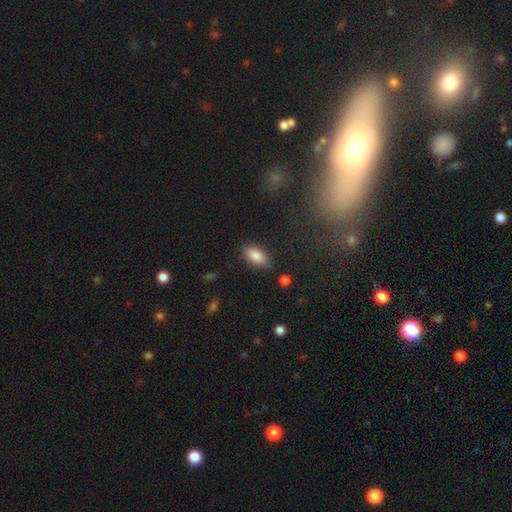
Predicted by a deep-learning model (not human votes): smooth 86%, star or artifact 7%, featured or disk 6%. Down the decision tree: how rounded — in between (93%); merging — none (83%).